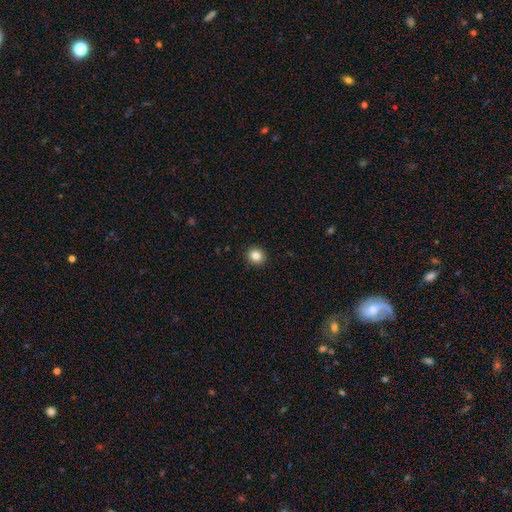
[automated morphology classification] A smooth galaxy with no disk features (85%) that is round (89%).

Vote fractions:
- Smooth or featured? smooth: 85% / star or artifact: 11% / featured or disk: 5%
- How rounded? round: 89% / in between: 10% / cigar-shaped: 1%
- Merging? none: 92% / minor disturbance: 5% / major disturbance: 2% / merger: 1%